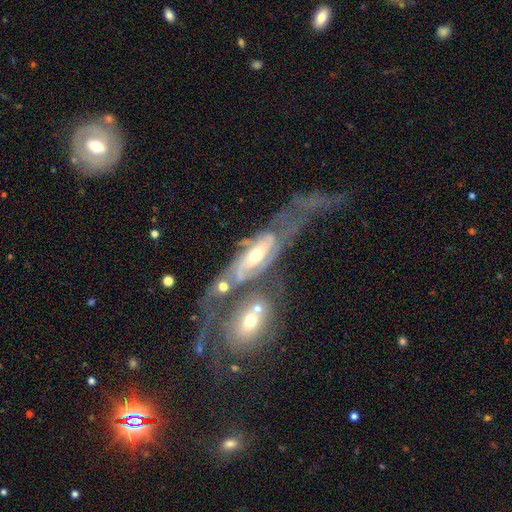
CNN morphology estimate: Smooth or featured? featured or disk (82%)
Edge-on disk? no (83%)
Bar? no (48%)
Spiral arms? yes (84%)
Spiral winding? tight (43%)
Spiral arm count? 2 (54%)
Bulge size? moderate (60%)
Merging? merger (37%)